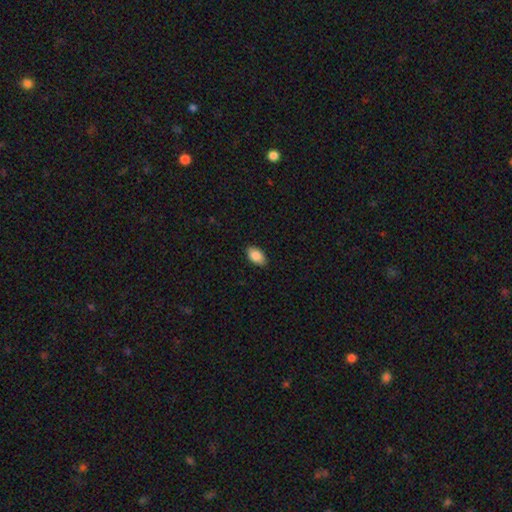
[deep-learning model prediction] This appears to be a smooth galaxy with no disk features (87%) that is in between round and cigar-shaped (92%). Merging: none (87%).